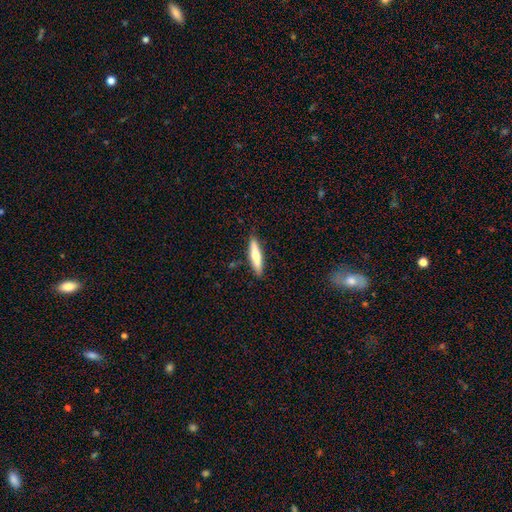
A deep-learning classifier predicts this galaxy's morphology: A smooth galaxy with no disk features (64%) that is cigar-shaped (84%). Merging: none (88%).